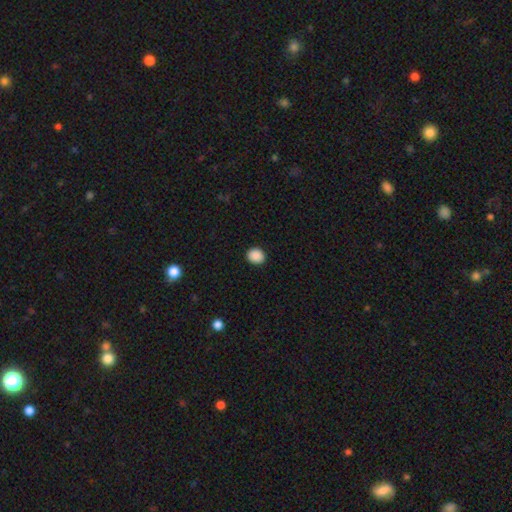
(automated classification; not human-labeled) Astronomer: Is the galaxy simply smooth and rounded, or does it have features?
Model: smooth — 89%.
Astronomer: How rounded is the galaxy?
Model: round — 68%.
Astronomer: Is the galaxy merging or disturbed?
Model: none — 91%.